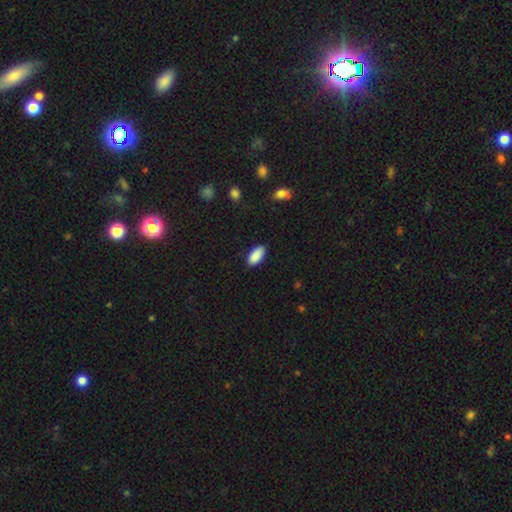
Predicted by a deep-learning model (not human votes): Smooth or featured? Predicted: smooth (p=0.90). How rounded? Predicted: in between (p=0.92). Merging? Predicted: none (p=0.86).